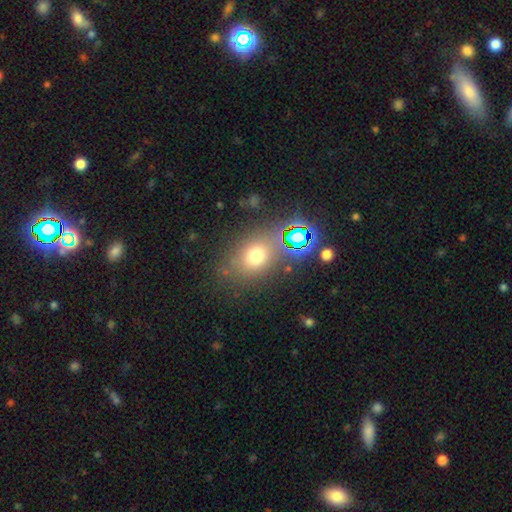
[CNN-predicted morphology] A smooth galaxy with no disk features (66%) that is in between round and cigar-shaped (51%).

Vote fractions:
- Smooth or featured? smooth: 66% / star or artifact: 22% / featured or disk: 12%
- How rounded? in between: 51% / round: 47% / cigar-shaped: 2%
- Merging? none: 71% / minor disturbance: 14% / merger: 8% / major disturbance: 7%